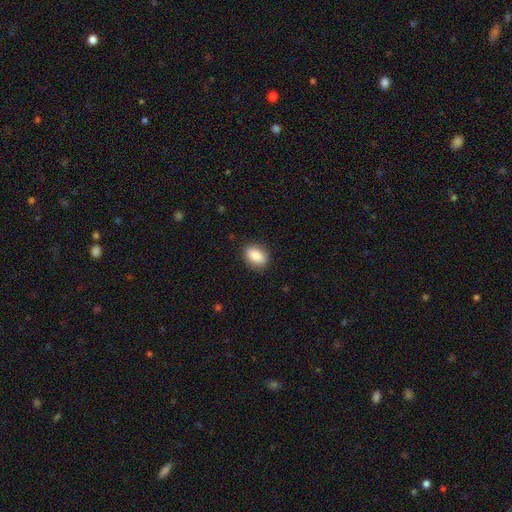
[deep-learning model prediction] Smooth or featured?
  - smooth: 85% *
  - featured or disk: 8%
  - star or artifact: 7%
How rounded?
  - in between: 79% *
  - round: 20%
  - cigar-shaped: 2%
Merging?
  - none: 86% *
  - minor disturbance: 10%
  - major disturbance: 2%
  - merger: 1%